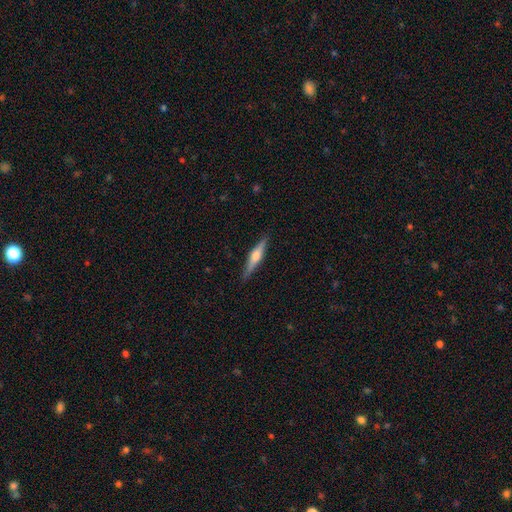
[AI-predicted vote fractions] A featured or disk galaxy (58%) viewed edge-on (97%) with a rounded central bulge (87%). Merging: none (88%).